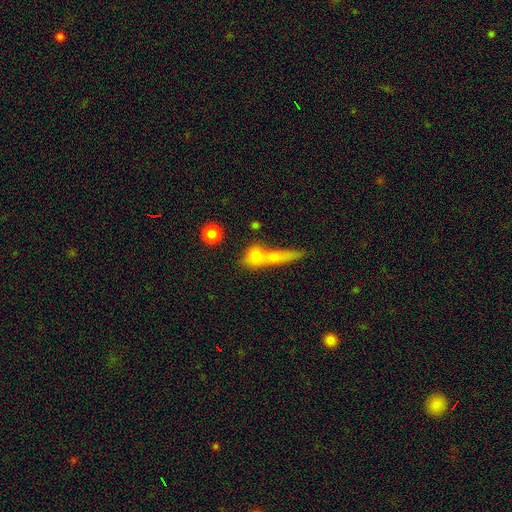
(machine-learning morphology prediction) Smooth or featured: smooth — 70% (featured or disk — 19%)
How rounded: round — 59% (in between — 26%)
Merging: merger — 51% (none — 37%)